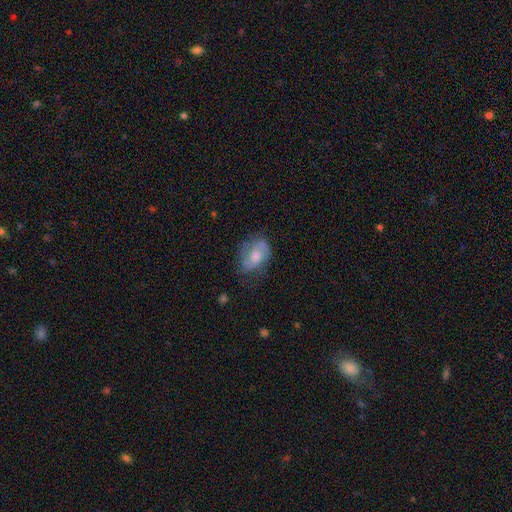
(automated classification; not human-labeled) Overall: featured or disk (57%; smooth 35%). Edge-on disk: no (96%). Bar: no (62%; weak 32%). Spiral arms: yes (83%). Bulge size: moderate (55%; small 24%). Merging: none (59%; minor disturbance 26%).